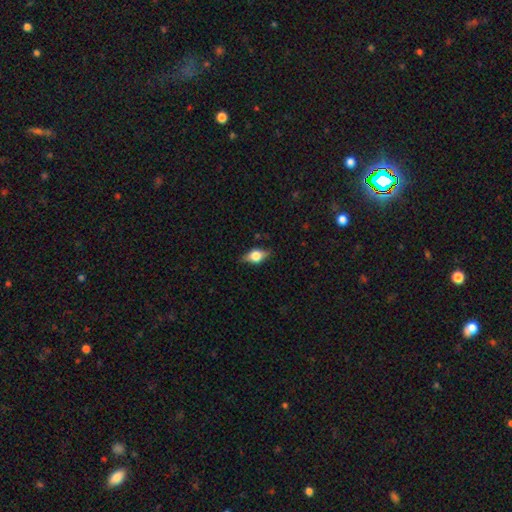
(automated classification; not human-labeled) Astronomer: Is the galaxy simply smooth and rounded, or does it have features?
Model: smooth — 56% (runner-up: featured or disk, 35%).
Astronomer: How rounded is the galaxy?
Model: in between — 76%.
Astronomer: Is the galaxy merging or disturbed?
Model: none — 80%.